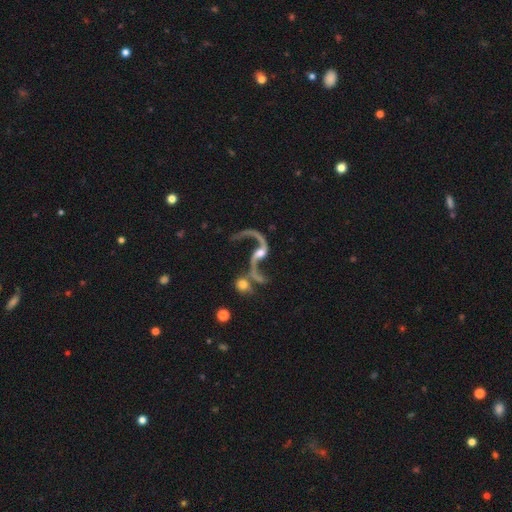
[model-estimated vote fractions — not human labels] This appears to be a featured or disk galaxy (87%) with no bar (52%), 2 (86%) loose (91%) spiral arms (93%) and a moderate central bulge (44%). Merging: none (40%).